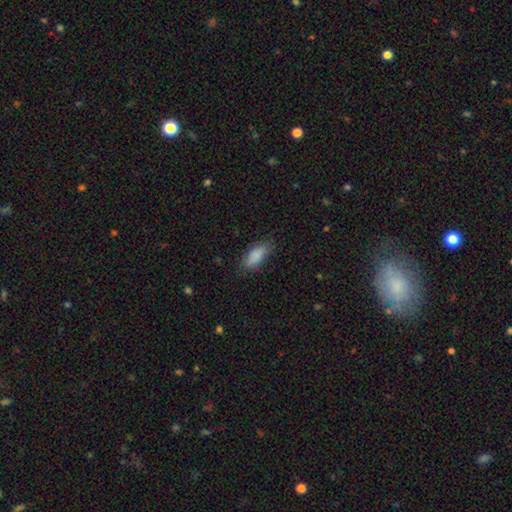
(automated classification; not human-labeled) Overall: smooth (87%). How rounded: in between (84%). Merging: none (78%).